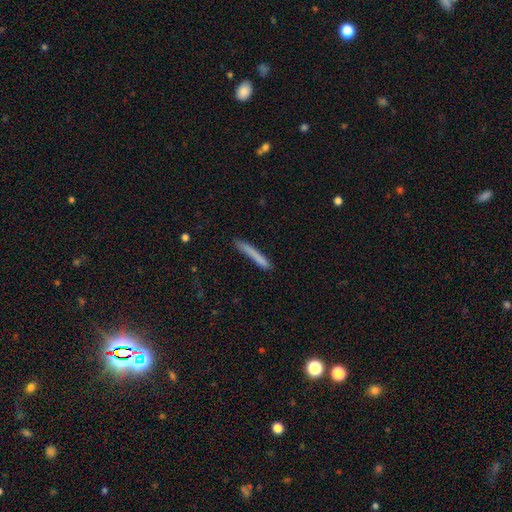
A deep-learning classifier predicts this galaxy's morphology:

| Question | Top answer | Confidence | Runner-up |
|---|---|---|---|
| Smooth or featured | smooth | 77% | featured or disk (16%) |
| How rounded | cigar-shaped | 96% | in between (3%) |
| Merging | none | 80% | minor disturbance (15%) |